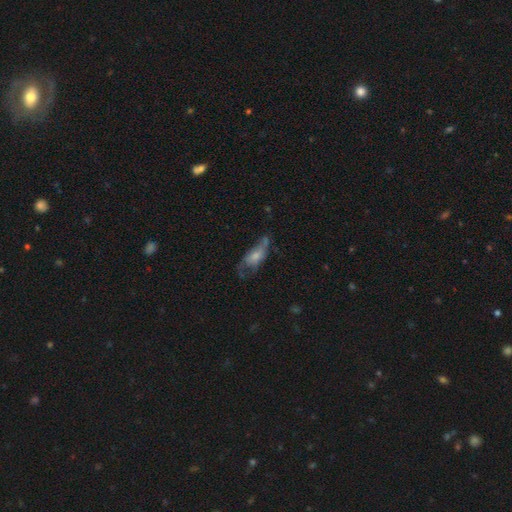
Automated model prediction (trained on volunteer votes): Smooth or featured? featured or disk (46%)
Merging? none (35%)